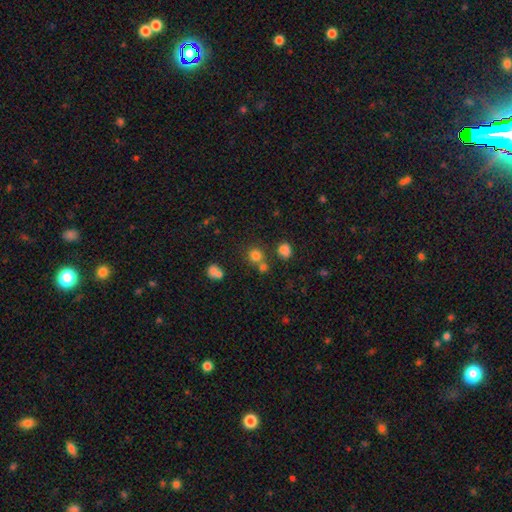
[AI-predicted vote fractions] smooth 76%, star or artifact 17%, featured or disk 7%. Down the decision tree: how rounded — round (88%); merging — none (67%).